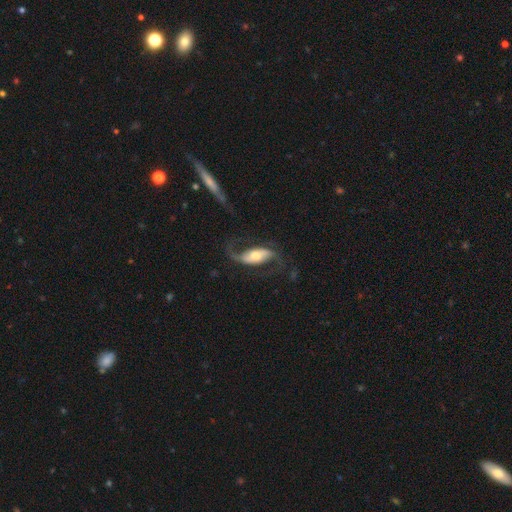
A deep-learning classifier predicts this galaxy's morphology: Overall: featured or disk (82%). Edge-on disk: no (93%). Bar: strong (39%; weak 30%). Spiral arms: yes (94%). Spiral arm count: 2 (91%). Spiral winding: loose (72%). Bulge size: moderate (61%; small 21%). Merging: none (67%).